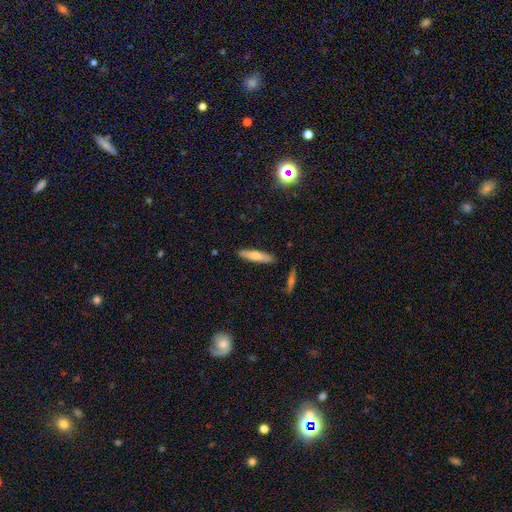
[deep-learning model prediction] A smooth galaxy with no disk features (71%) that is cigar-shaped (80%).

Vote fractions:
- Smooth or featured? smooth: 71% / featured or disk: 23% / star or artifact: 6%
- How rounded? cigar-shaped: 80% / in between: 18% / round: 2%
- Merging? none: 86% / minor disturbance: 10% / merger: 2% / major disturbance: 2%